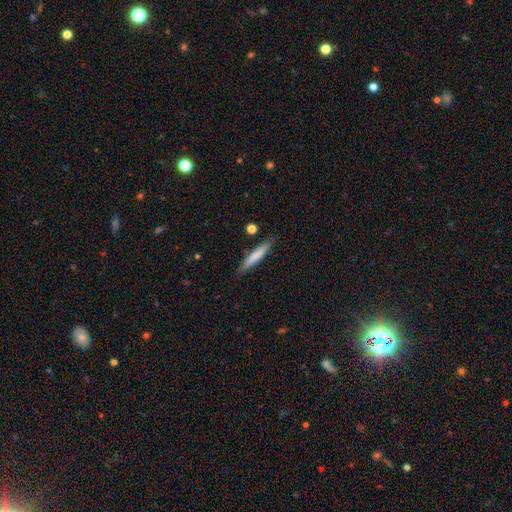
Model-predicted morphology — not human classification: This is likely a smooth galaxy (72%). How rounded: clearly cigar-shaped (93%). Merging: clearly none (85%).